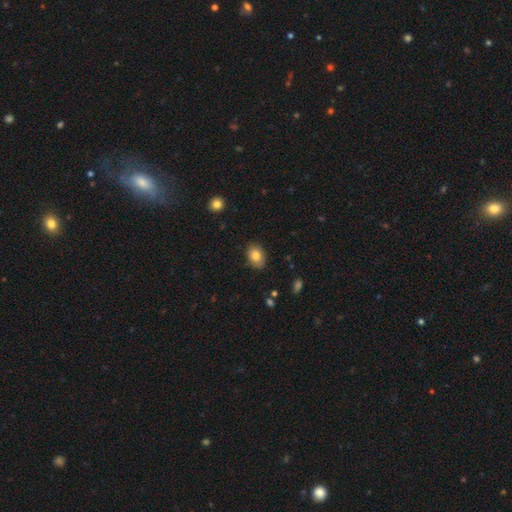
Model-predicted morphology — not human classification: Overall: smooth (82%). How rounded: in between (76%). Merging: none (85%).